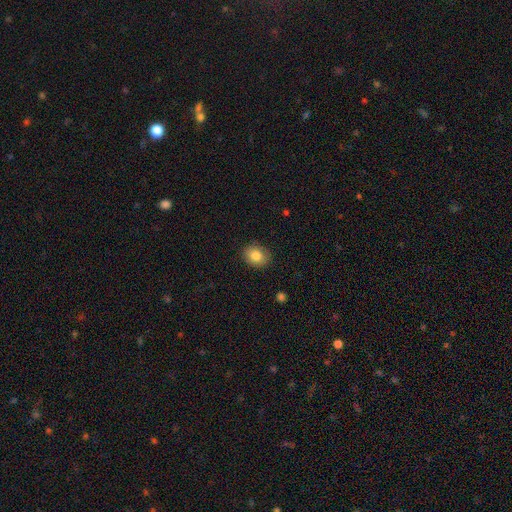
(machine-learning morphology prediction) A smooth galaxy with no disk features (83%) that is round (52%).

Vote fractions:
- Smooth or featured? smooth: 83% / star or artifact: 9% / featured or disk: 8%
- How rounded? round: 52% / in between: 47% / cigar-shaped: 1%
- Merging? none: 87% / minor disturbance: 10% / major disturbance: 2% / merger: 1%